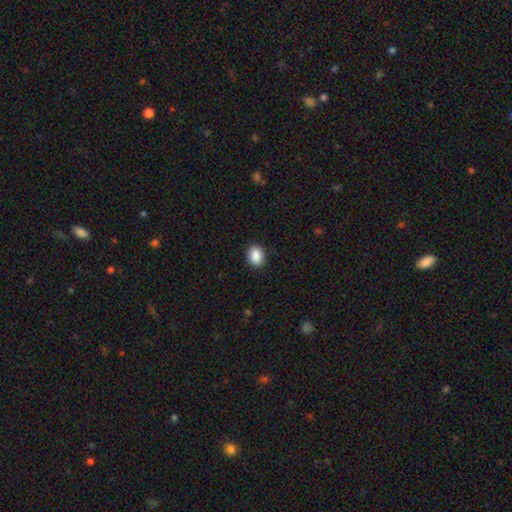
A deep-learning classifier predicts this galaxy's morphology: This appears to be a smooth galaxy with no disk features (89%) that is in between round and cigar-shaped (75%). Merging: none (90%).